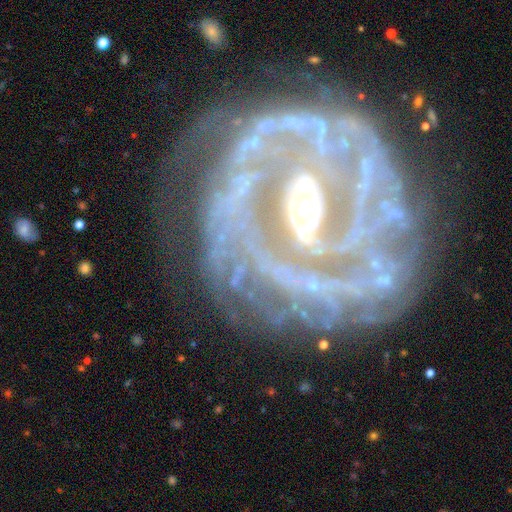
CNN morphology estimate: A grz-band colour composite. It shows a featured or disk galaxy (90%) with a strong bar (39%), tight (70%) spiral arms (90%) and a moderate central bulge (67%). Merging: none (69%).